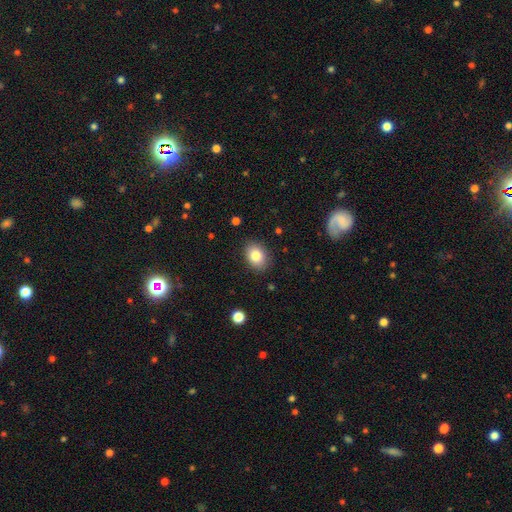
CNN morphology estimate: A smooth galaxy with no disk features (84%) that is in between round and cigar-shaped (73%). Merging: none (86%).